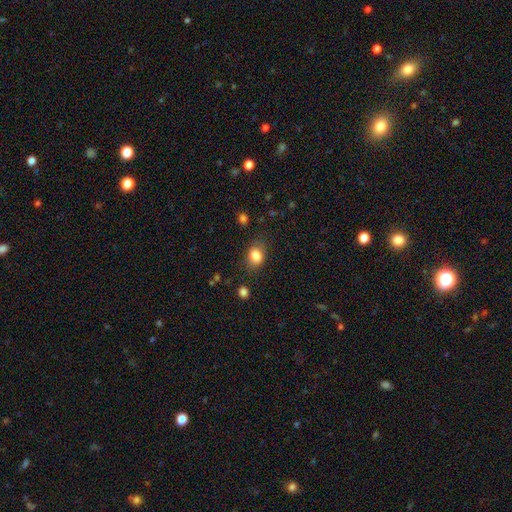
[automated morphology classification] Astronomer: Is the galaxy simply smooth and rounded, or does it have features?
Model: smooth — 84%.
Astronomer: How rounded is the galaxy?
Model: in between — 61% (runner-up: round, 37%).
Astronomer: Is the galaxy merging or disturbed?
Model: none — 76%.